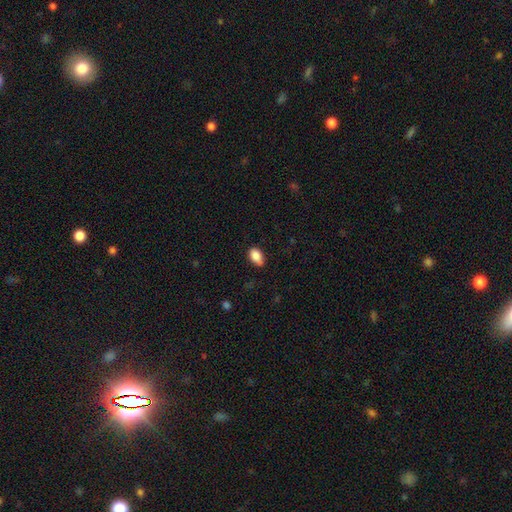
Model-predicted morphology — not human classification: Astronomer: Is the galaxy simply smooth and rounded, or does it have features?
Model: smooth — 87%.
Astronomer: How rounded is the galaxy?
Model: in between — 90%.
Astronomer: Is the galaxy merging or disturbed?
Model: none — 68%.